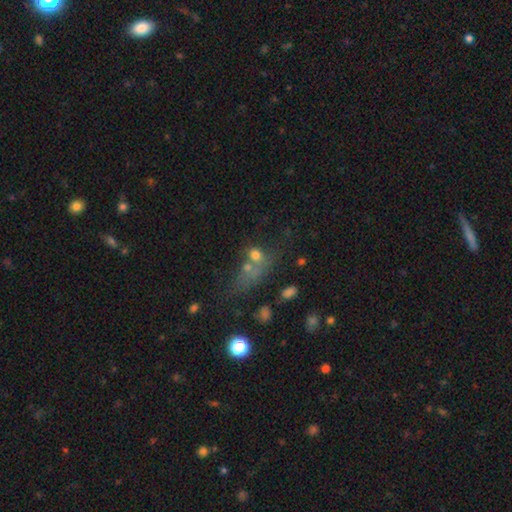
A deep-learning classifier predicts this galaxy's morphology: The model was most divided on "how rounded": round: 50%, in between: 46%, cigar-shaped: 4%. Remaining: smooth or featured — smooth (64%); merging — merger (45%).